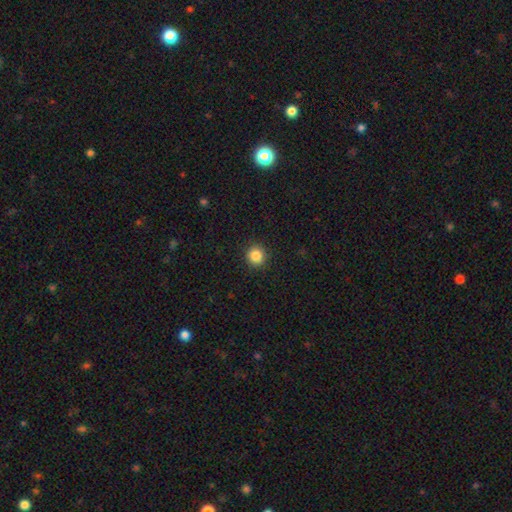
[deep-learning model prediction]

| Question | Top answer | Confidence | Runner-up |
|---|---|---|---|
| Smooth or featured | smooth | 85% | star or artifact (11%) |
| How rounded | round | 93% | in between (6%) |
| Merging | none | 92% | minor disturbance (5%) |